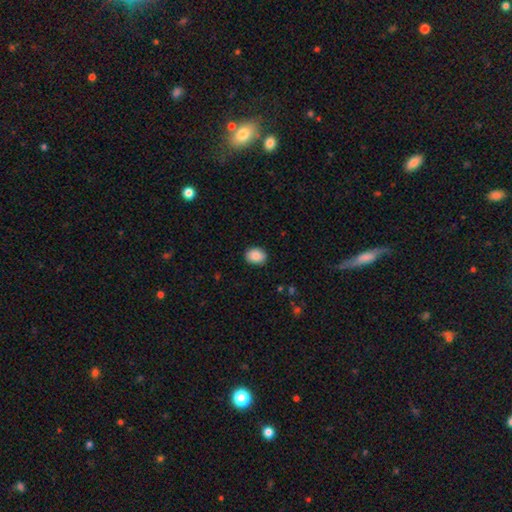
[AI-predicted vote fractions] Q: Smooth or featured?
A: smooth (89%); runner-up: star or artifact (7%)
Q: How rounded?
A: in between (57%); runner-up: round (42%)
Q: Merging?
A: none (89%); runner-up: minor disturbance (8%)